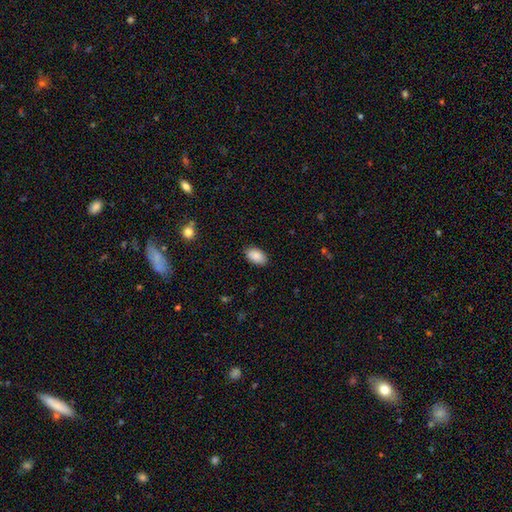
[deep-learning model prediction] Morphology: type=smooth (88%); roundness=in between (94%); merging=none (88%).